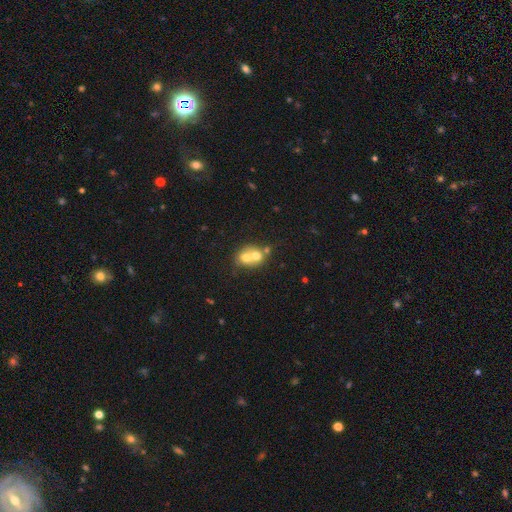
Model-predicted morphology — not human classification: Smooth or featured: smooth — 63% (featured or disk — 27%)
How rounded: round — 64% (in between — 35%)
Merging: merger — 71% (none — 21%)